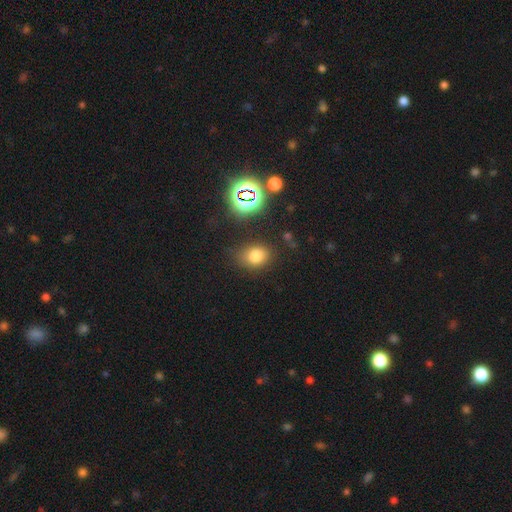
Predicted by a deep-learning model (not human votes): Morphology: type=smooth (74%); roundness=in between (56%); merging=none (75%).